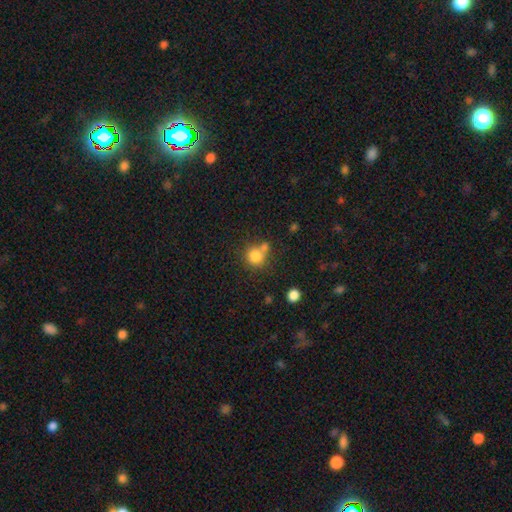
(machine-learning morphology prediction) smooth 80%, star or artifact 12%, featured or disk 8%. Down the decision tree: how rounded — round (86%); merging — none (55%).